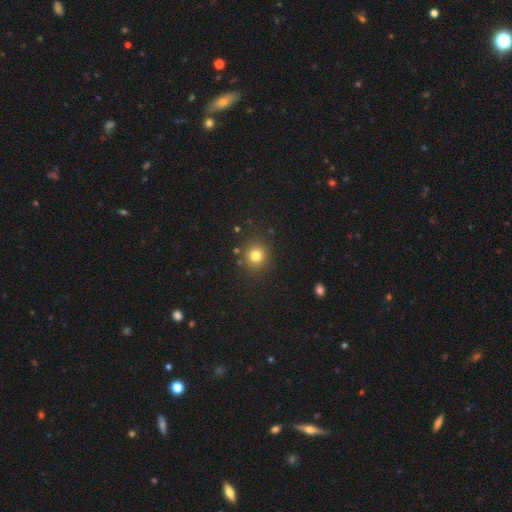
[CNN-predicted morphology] Smooth or featured?
  - smooth: 78% *
  - star or artifact: 14%
  - featured or disk: 7%
How rounded?
  - round: 90% *
  - in between: 9%
  - cigar-shaped: 1%
Merging?
  - none: 88% *
  - minor disturbance: 7%
  - merger: 3%
  - major disturbance: 3%